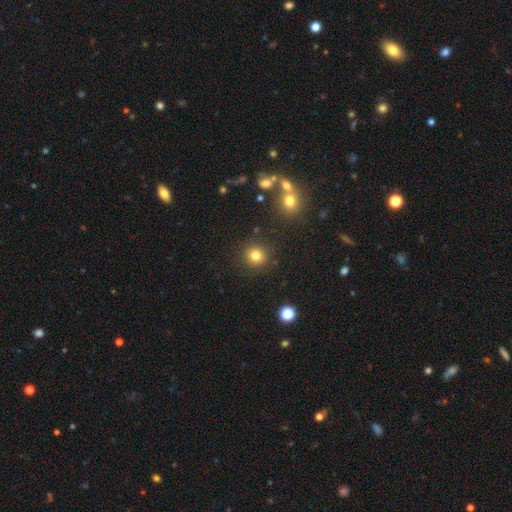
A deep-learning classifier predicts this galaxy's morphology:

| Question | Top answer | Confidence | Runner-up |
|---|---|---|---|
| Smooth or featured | smooth | 80% | star or artifact (13%) |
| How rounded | round | 93% | in between (6%) |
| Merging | none | 89% | minor disturbance (6%) |